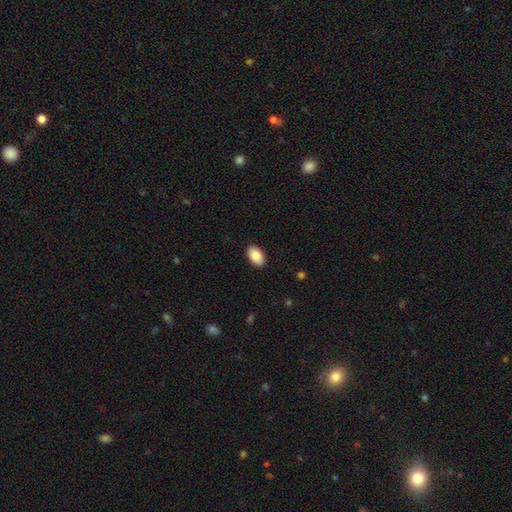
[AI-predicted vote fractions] Smooth or featured? Predicted: smooth (p=0.88). How rounded? Predicted: in between (p=0.94). Merging? Predicted: none (p=0.89).